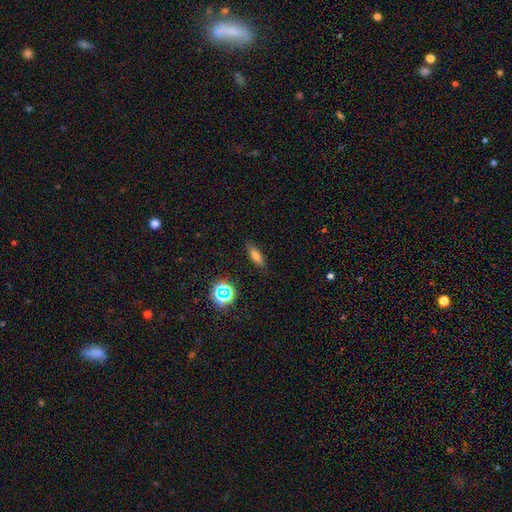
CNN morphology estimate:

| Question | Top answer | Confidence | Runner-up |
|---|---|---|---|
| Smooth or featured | smooth | 72% | star or artifact (14%) |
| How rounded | in between | 53% | cigar-shaped (43%) |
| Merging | none | 84% | minor disturbance (11%) |